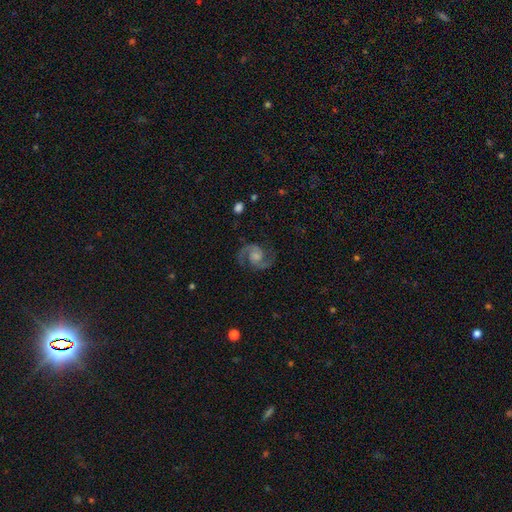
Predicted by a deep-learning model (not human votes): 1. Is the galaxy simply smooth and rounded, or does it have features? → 90% featured or disk, 6% star or artifact, 4% smooth.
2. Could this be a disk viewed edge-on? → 98% no, 2% yes.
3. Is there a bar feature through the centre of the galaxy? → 55% no, 37% weak, 8% strong.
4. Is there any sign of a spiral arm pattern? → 98% yes, 2% no.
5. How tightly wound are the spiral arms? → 63% medium, 22% tight, 15% loose.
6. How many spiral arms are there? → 94% 2, 2% can't tell, 1% 3, 1% 1, 1% 4, 1% more than 4.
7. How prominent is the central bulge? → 44% moderate, 27% small, 15% none, 12% large, 2% dominant.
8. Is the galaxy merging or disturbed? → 84% none, 11% minor disturbance, 4% major disturbance, 1% merger.